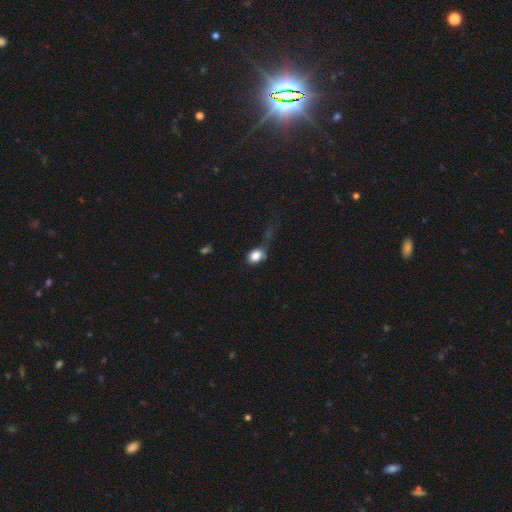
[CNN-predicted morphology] smooth-or-featured: smooth: 84% | star or artifact: 9% | featured or disk: 7%
  how-rounded: in between: 63% | round: 35% | cigar-shaped: 2%
  merging: none: 39% | major disturbance: 28% | minor disturbance: 27% | merger: 7%